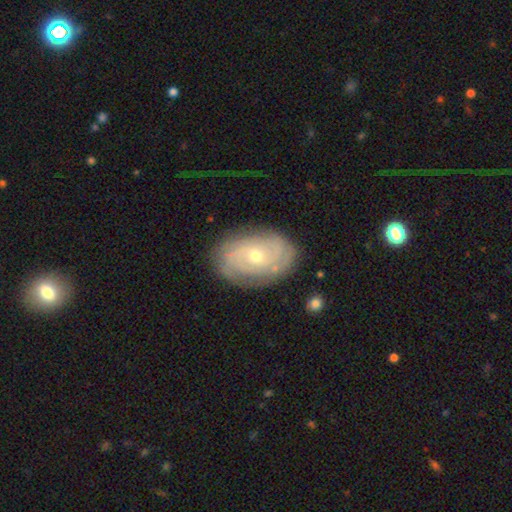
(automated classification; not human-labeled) Smooth or featured? featured or disk (79%)
Edge-on disk? no (96%)
Bar? no (76%)
Spiral arms? yes (91%)
Spiral winding? tight (70%)
Spiral arm count? can't tell (38%)
Bulge size? small (60%)
Merging? none (81%)